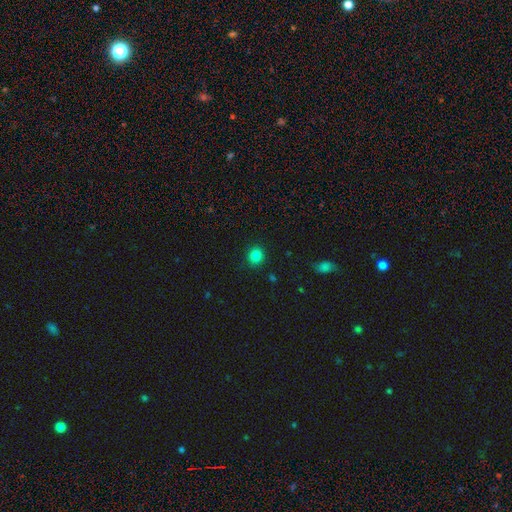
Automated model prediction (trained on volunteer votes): Morphology: type=smooth (84%); roundness=round (88%); merging=none (90%).